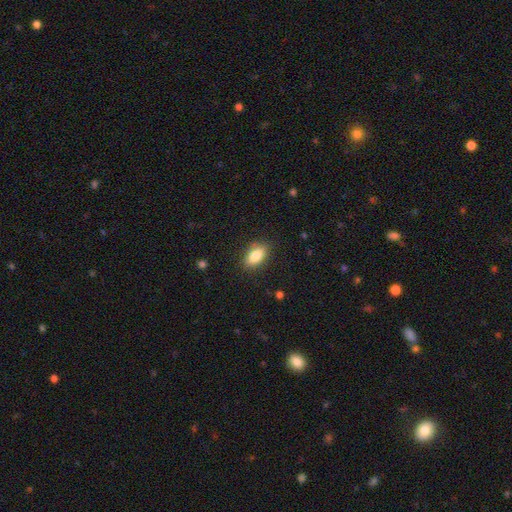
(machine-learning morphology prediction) Smooth or featured?
  - smooth: 84% *
  - featured or disk: 9%
  - star or artifact: 7%
How rounded?
  - in between: 89% *
  - cigar-shaped: 6%
  - round: 5%
Merging?
  - none: 84% *
  - minor disturbance: 12%
  - major disturbance: 3%
  - merger: 1%